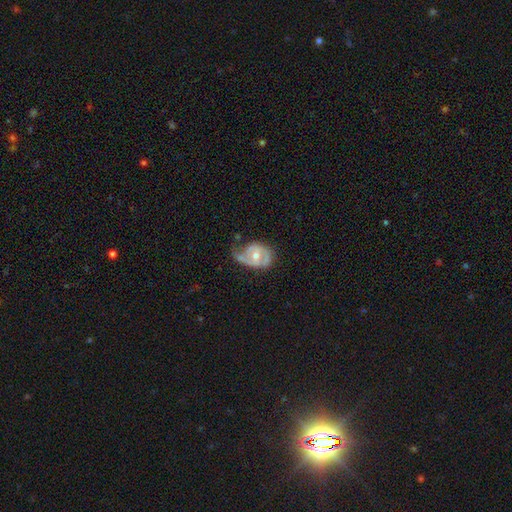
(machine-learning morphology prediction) featured or disk 67%, smooth 27%, star or artifact 6%. Down the decision tree: edge-on disk — no (96%); bar — no (65%); spiral arms — yes (74%); bulge size — moderate (63%); merging — minor disturbance (35%).